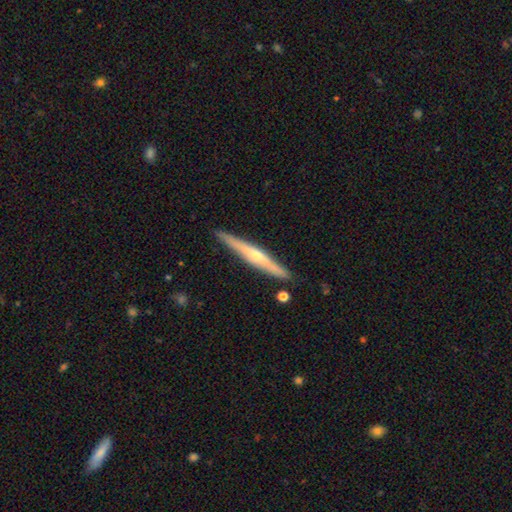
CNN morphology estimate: The model was most divided on "smooth or featured": featured or disk: 68%, smooth: 27%, star or artifact: 5%. More confident: edge-on disk — yes (97%); merging — none (89%); edge-on bulge — rounded (79%).